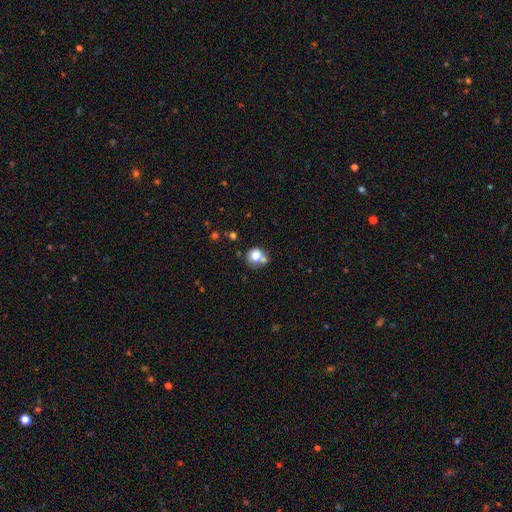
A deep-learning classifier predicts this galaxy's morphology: Smooth or featured: smooth — 76% (featured or disk — 13%)
How rounded: round — 75% (in between — 24%)
Merging: none — 40% (merger — 37%)